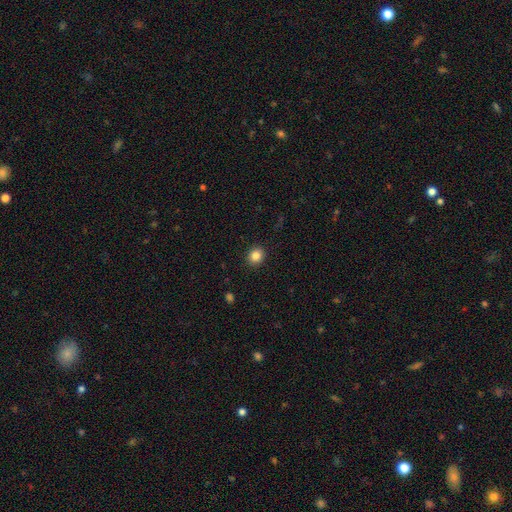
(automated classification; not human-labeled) Smooth or featured: smooth — 84% (star or artifact — 11%)
How rounded: round — 78% (in between — 21%)
Merging: none — 91% (minor disturbance — 6%)